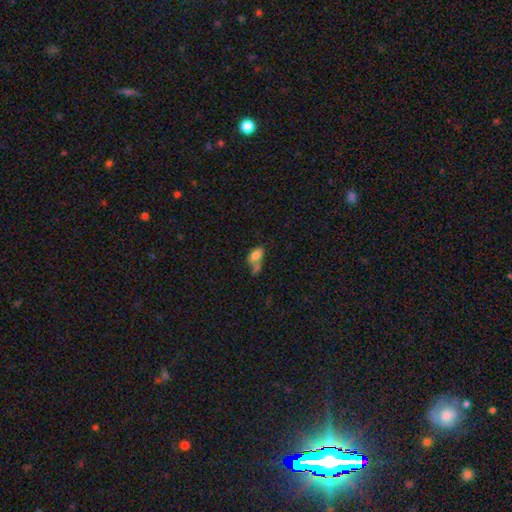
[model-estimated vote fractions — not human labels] The model was most divided on "merging": merger: 45%, none: 28%, minor disturbance: 16%, major disturbance: 11%. More confident: how rounded — in between (86%); smooth or featured — smooth (77%).